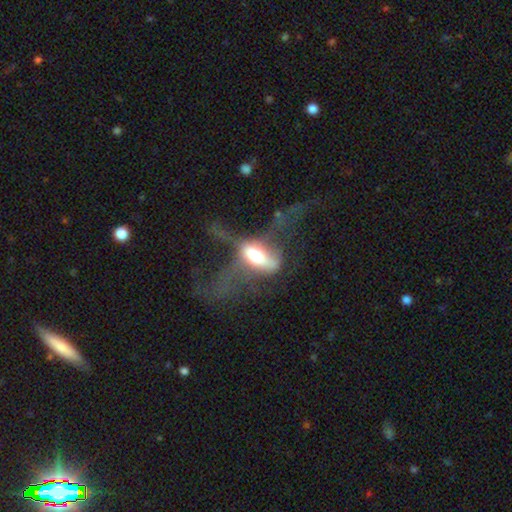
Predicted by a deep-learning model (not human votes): Morphology: type=featured or disk (54%); edge-on=no (63%); merging=major disturbance (58%).